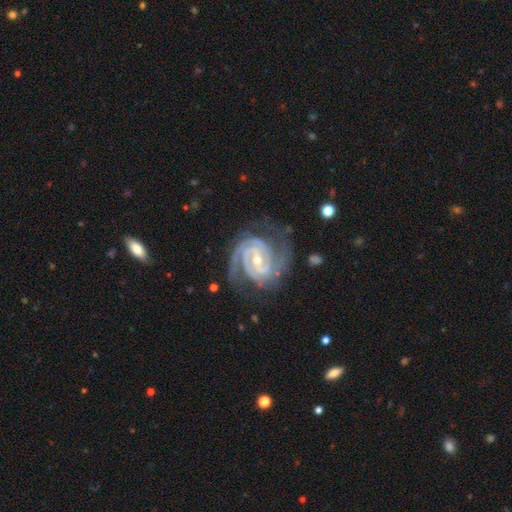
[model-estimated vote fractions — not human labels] Morphology: type=featured or disk (92%); edge-on=no (98%); bar=weak (41%); spiral arms=yes (98%); winding=tight (60%); arm count=2 (60%); bulge=small (57%); merging=none (72%).